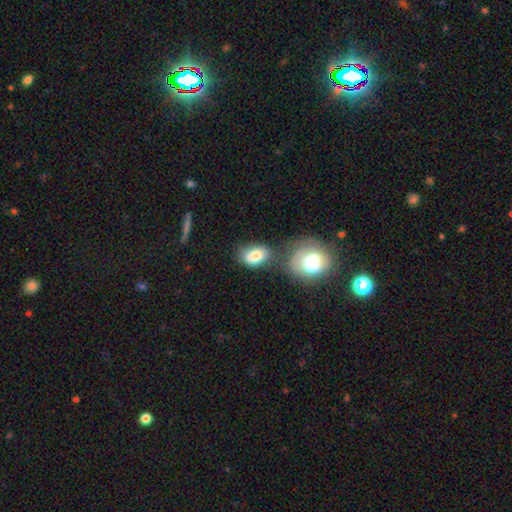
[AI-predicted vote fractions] A smooth galaxy with no disk features (81%) that is in between round and cigar-shaped (84%).

Vote fractions:
- Smooth or featured? smooth: 81% / featured or disk: 11% / star or artifact: 8%
- How rounded? in between: 84% / round: 14% / cigar-shaped: 2%
- Merging? none: 51% / merger: 25% / minor disturbance: 18% / major disturbance: 7%